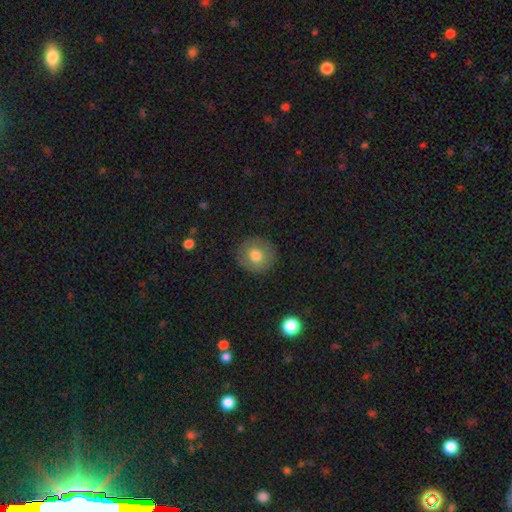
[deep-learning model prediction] This is likely a smooth galaxy (75%). How rounded: clearly round (91%). Merging: clearly none (89%).